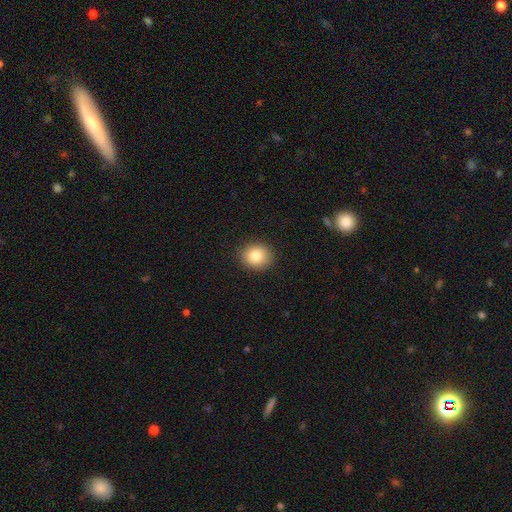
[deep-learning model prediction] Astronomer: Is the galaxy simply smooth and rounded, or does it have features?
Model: smooth — 83%.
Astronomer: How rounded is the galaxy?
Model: round — 75%.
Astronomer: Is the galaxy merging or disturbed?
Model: none — 90%.